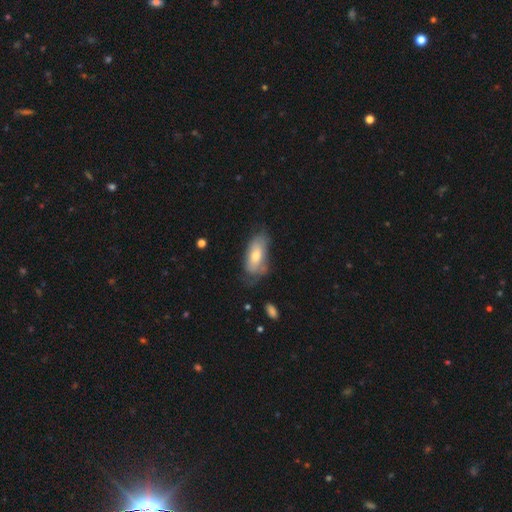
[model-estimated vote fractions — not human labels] Morphology: type=smooth (61%); roundness=in between (87%); merging=none (50%).